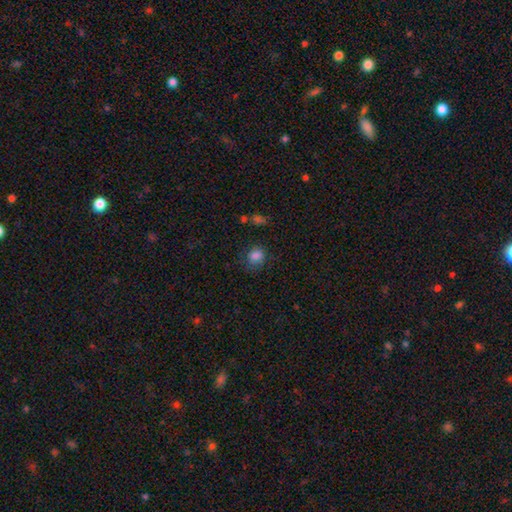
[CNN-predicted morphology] A smooth galaxy with no disk features (83%) that is round (66%).

Vote fractions:
- Smooth or featured? smooth: 83% / star or artifact: 12% / featured or disk: 6%
- How rounded? round: 66% / in between: 33% / cigar-shaped: 1%
- Merging? none: 68% / minor disturbance: 21% / major disturbance: 9% / merger: 2%